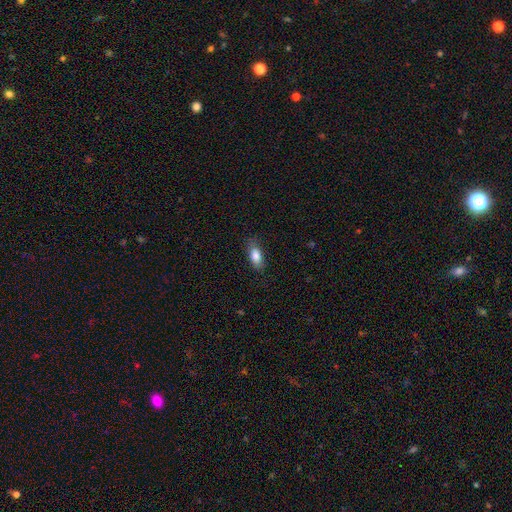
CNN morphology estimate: Smooth or featured?
  - smooth: 84% *
  - featured or disk: 9%
  - star or artifact: 7%
How rounded?
  - in between: 85% *
  - cigar-shaped: 11%
  - round: 4%
Merging?
  - none: 79% *
  - minor disturbance: 16%
  - major disturbance: 4%
  - merger: 1%